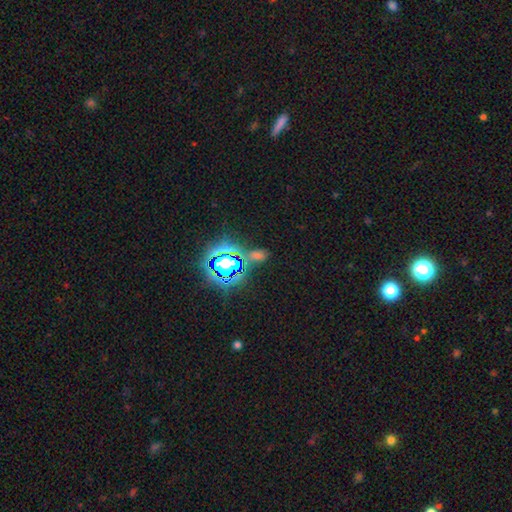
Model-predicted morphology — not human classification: Smooth or featured? star or artifact (61%)